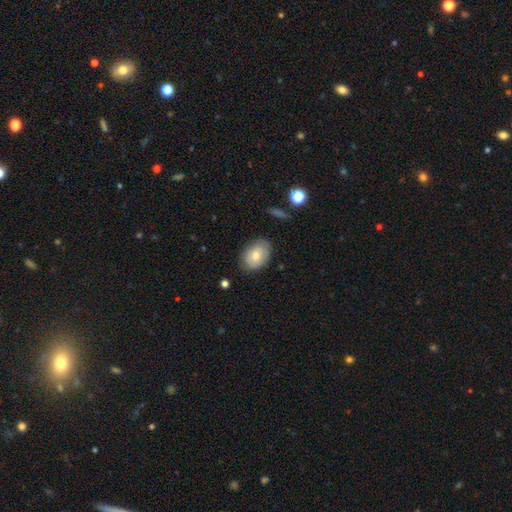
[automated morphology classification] This is likely a smooth galaxy (72%). How rounded: likely in between (75%). Merging: clearly none (81%).